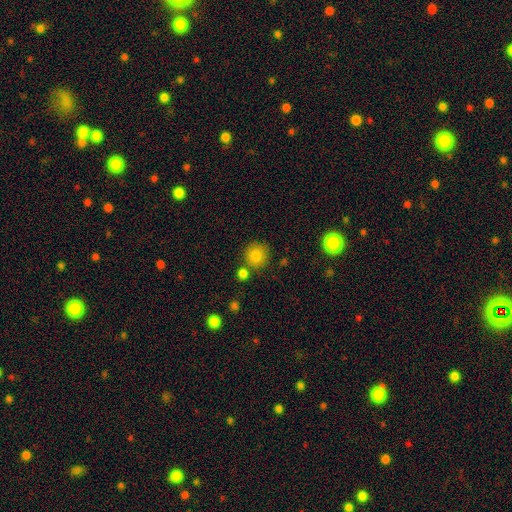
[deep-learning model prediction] A smooth galaxy with no disk features (82%) that is round (91%).

Vote fractions:
- Smooth or featured? smooth: 82% / star or artifact: 11% / featured or disk: 7%
- How rounded? round: 91% / in between: 8% / cigar-shaped: 1%
- Merging? none: 75% / merger: 12% / minor disturbance: 10% / major disturbance: 3%